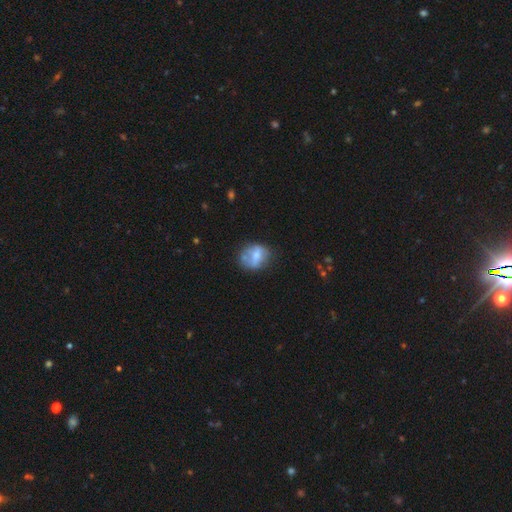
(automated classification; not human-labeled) smooth_or_featured: smooth (p=0.55) [alt: featured or disk p=0.37]
how_rounded: round (p=0.56) [alt: in between p=0.42]
merging: none (p=0.54) [alt: minor disturbance p=0.25]